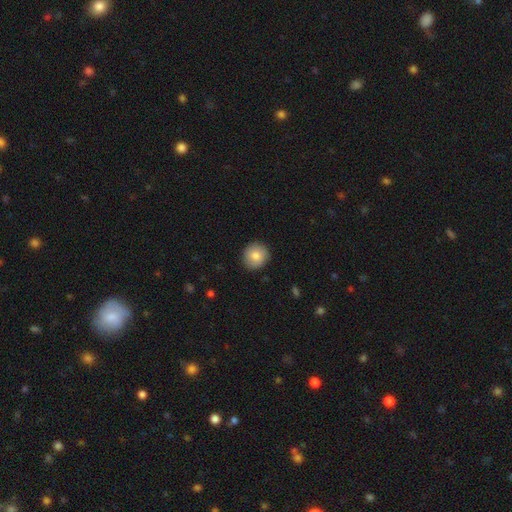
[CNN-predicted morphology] A smooth galaxy with no disk features (82%) that is round (91%). Merging: none (90%).